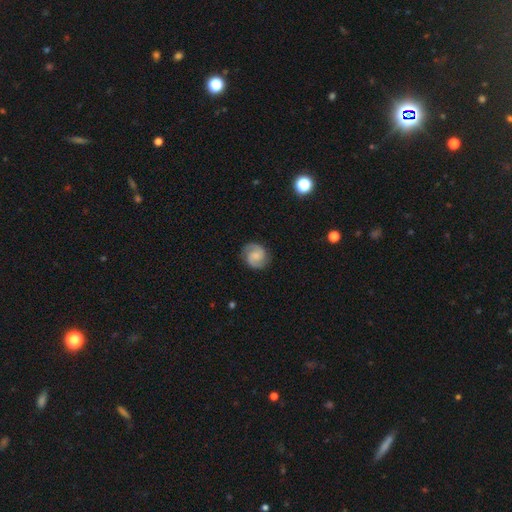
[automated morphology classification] Smooth or featured: featured or disk — 75% (smooth — 18%)
Edge-on disk: no — 98% (yes — 2%)
Bar: no — 51% (weak — 42%)
Spiral arms: yes — 97% (no — 3%)
Spiral winding: medium — 50% (tight — 34%)
Spiral arm count: 2 — 92% (can't tell — 3%)
Bulge size: small — 40% (none — 31%)
Merging: none — 85% (minor disturbance — 10%)